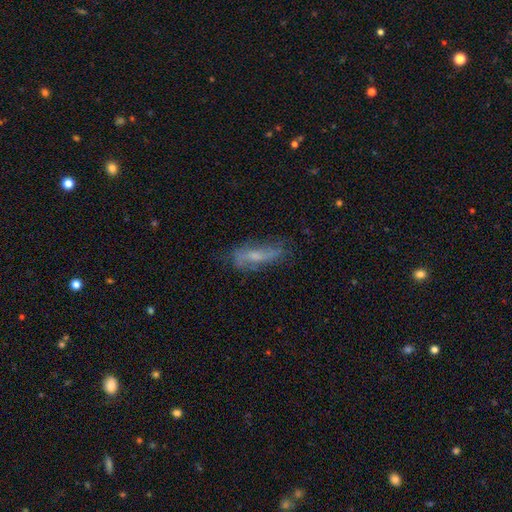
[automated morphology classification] This appears to be a featured or disk galaxy (52%). Merging: none (61%).